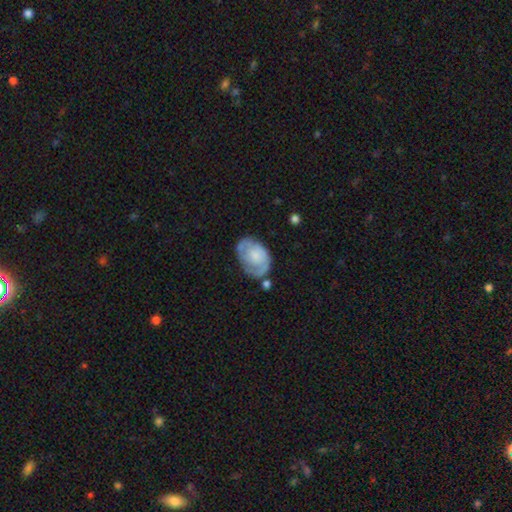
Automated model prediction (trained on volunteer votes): smooth-or-featured: featured or disk: 52% | smooth: 42% | star or artifact: 6%
  disk-edge-on: no: 96% | yes: 4%
    bar: no: 79% | weak: 18% | strong: 3%
    has-spiral-arms: yes: 65% | no: 35%
    bulge-size: small: 30% | moderate: 26% | none: 24% | large: 17% | dominant: 3%
  merging: none: 53% | minor disturbance: 28% | major disturbance: 13% | merger: 6%